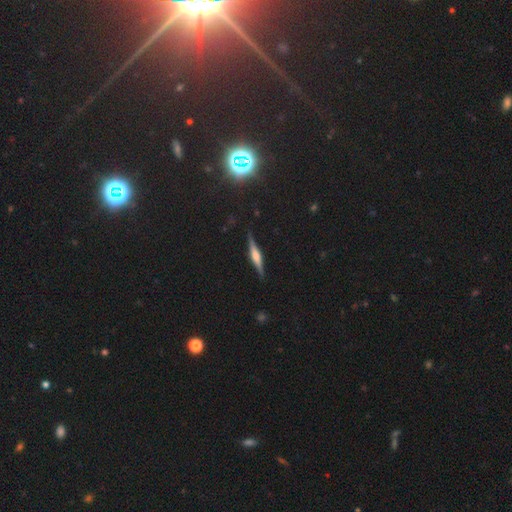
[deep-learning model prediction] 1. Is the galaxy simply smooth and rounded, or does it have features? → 69% featured or disk, 22% smooth, 9% star or artifact.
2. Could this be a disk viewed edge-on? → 97% yes, 3% no.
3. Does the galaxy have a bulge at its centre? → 72% rounded, 21% boxy, 8% none.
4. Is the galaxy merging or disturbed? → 89% none, 8% minor disturbance, 2% major disturbance, 1% merger.